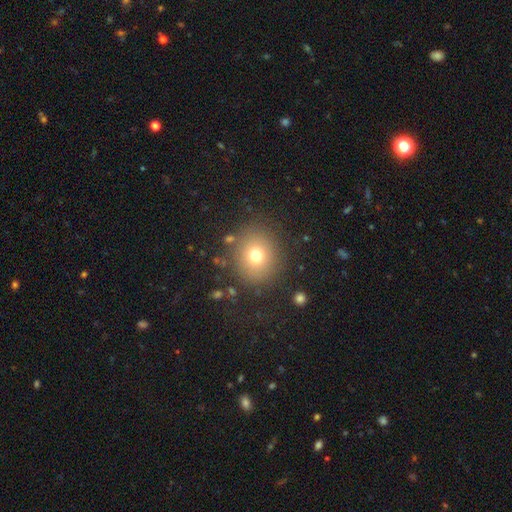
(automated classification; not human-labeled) smooth 72%, star or artifact 16%, featured or disk 12%. Down the decision tree: how rounded — round (85%); merging — none (85%).